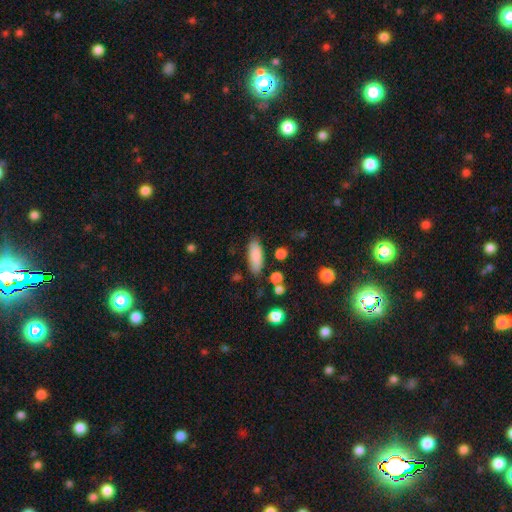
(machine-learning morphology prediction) This appears to be a smooth galaxy with no disk features (85%) that is in between round and cigar-shaped (69%). Merging: none (81%).